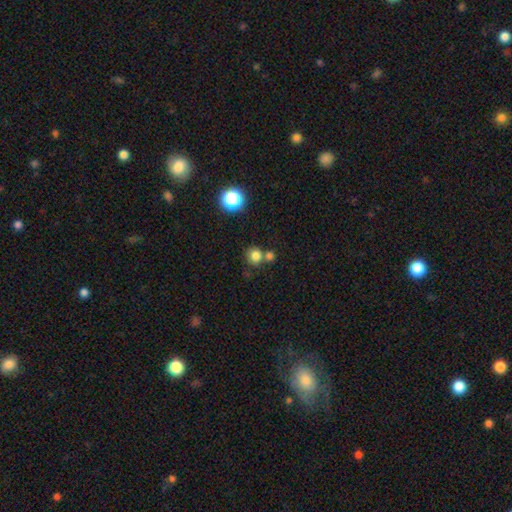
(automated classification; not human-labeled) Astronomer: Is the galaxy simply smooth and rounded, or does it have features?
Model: smooth — 80%.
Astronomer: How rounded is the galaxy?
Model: round — 89%.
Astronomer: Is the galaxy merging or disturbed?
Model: none — 60%.